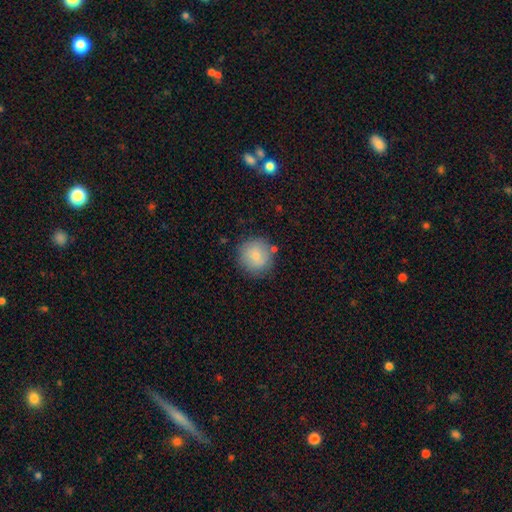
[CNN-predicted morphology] This is clearly a smooth galaxy (81%). How rounded: clearly round (92%). Merging: likely none (79%).